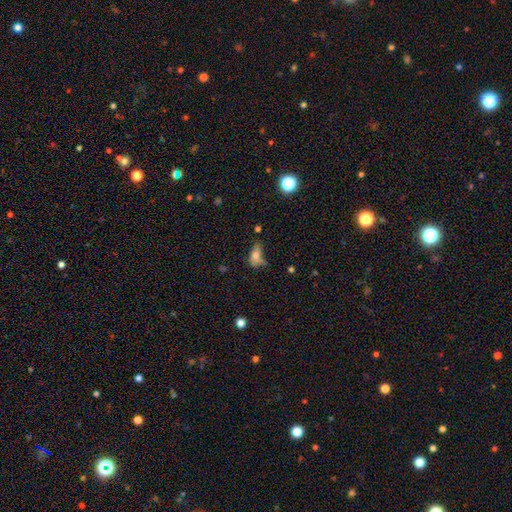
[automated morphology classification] A smooth galaxy with no disk features (62%) that is in between round and cigar-shaped (75%).

Vote fractions:
- Smooth or featured? smooth: 62% / featured or disk: 24% / star or artifact: 14%
- How rounded? in between: 75% / round: 13% / cigar-shaped: 11%
- Merging? major disturbance: 32% / none: 29% / minor disturbance: 28% / merger: 11%